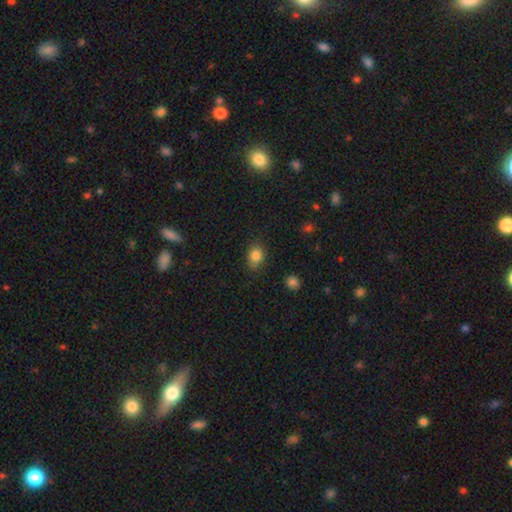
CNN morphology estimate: Smooth or featured? smooth (84%)
How rounded? in between (63%)
Merging? none (77%)